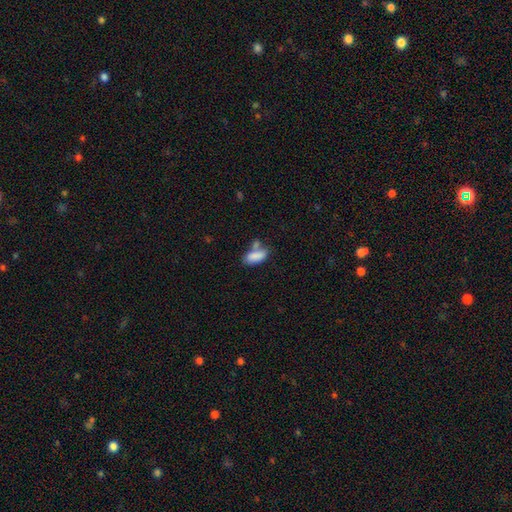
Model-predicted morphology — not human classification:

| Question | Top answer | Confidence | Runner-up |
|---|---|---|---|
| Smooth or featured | smooth | 83% | featured or disk (10%) |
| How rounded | in between | 86% | cigar-shaped (11%) |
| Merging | none | 42% | merger (34%) |